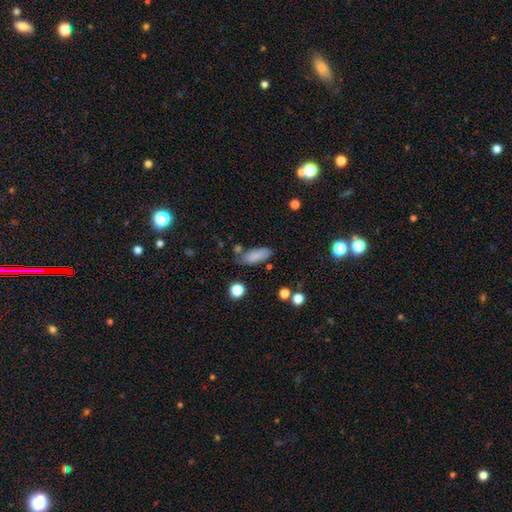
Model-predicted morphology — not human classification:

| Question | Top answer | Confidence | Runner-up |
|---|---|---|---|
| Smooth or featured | smooth | 84% | star or artifact (8%) |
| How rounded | in between | 75% | cigar-shaped (23%) |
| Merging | none | 66% | minor disturbance (21%) |